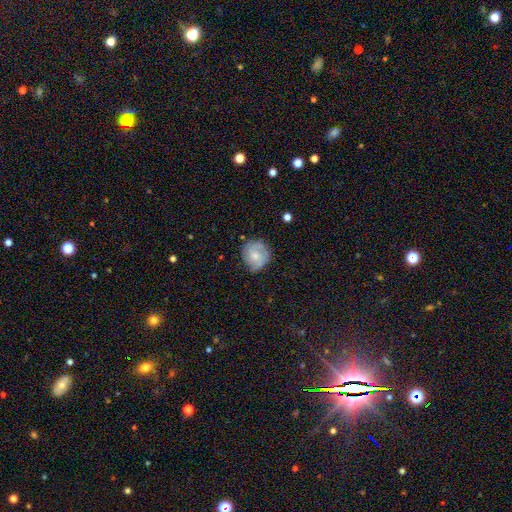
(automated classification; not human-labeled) Smooth or featured? smooth (49%)
Merging? none (69%)